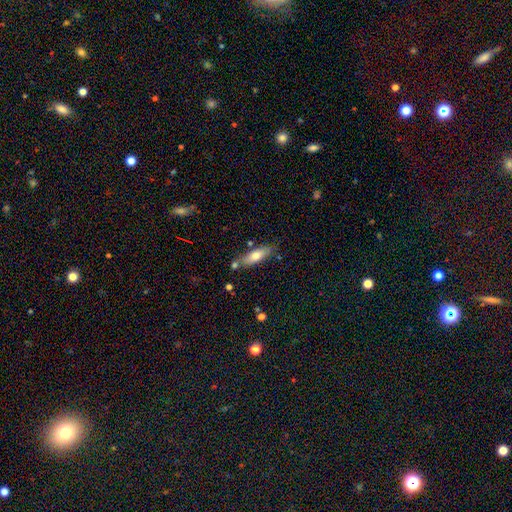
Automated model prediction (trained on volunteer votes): This appears to be a smooth galaxy with no disk features (68%) that is cigar-shaped (52%). Merging: none (74%).